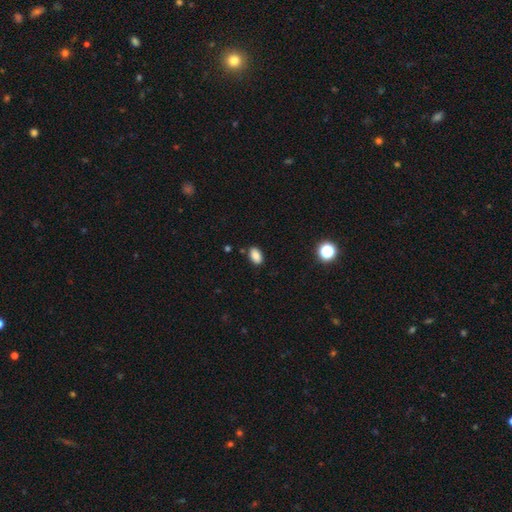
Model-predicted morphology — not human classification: type=smooth (86%); roundness=in between (91%); merging=none (86%).